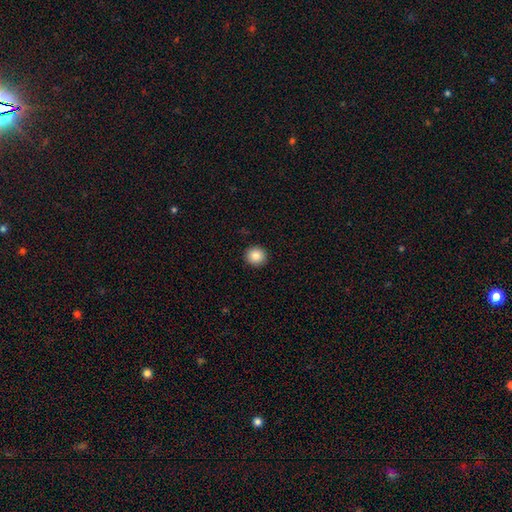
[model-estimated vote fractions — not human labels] Smooth or featured? Predicted: smooth (p=0.87). How rounded? Predicted: round (p=0.92). Merging? Predicted: none (p=0.93).